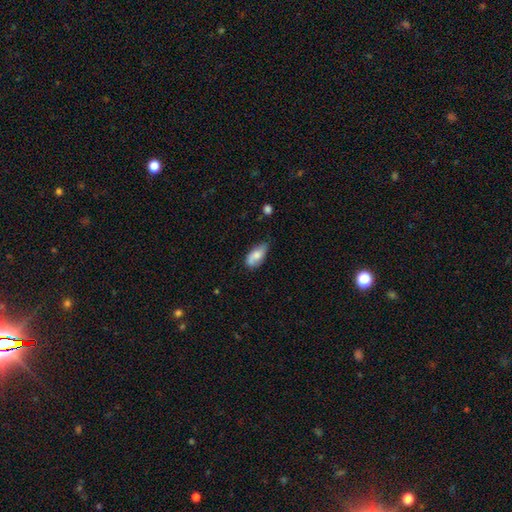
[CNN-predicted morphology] Smooth or featured? Predicted: smooth (p=0.70). How rounded? Predicted: in between (p=0.89). Merging? Predicted: none (p=0.48).